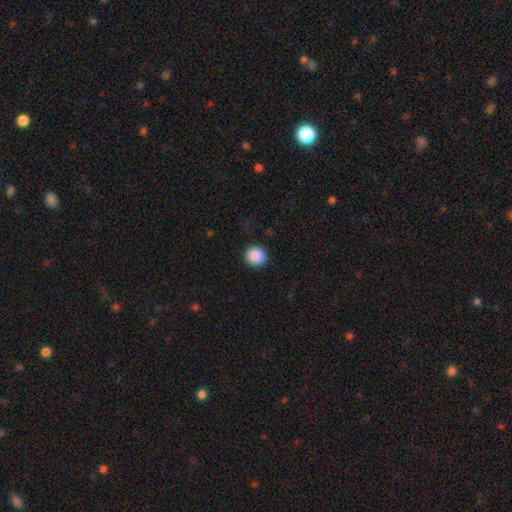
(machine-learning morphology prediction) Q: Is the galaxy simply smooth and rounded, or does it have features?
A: smooth — 89%.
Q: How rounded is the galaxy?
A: round — 93%.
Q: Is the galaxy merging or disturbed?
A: none — 91%.